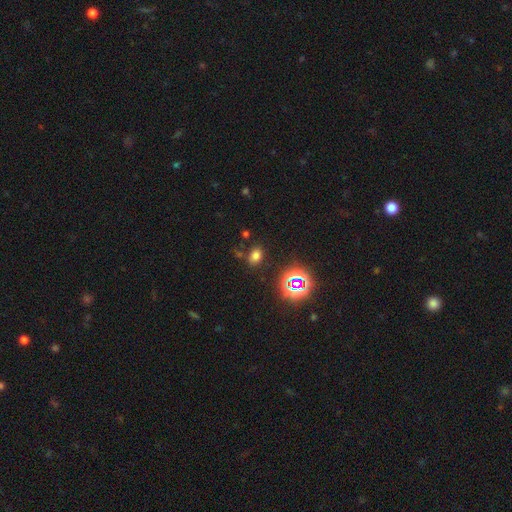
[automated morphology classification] A smooth galaxy with no disk features (66%) that is in between round and cigar-shaped (67%). Merging: none (80%).